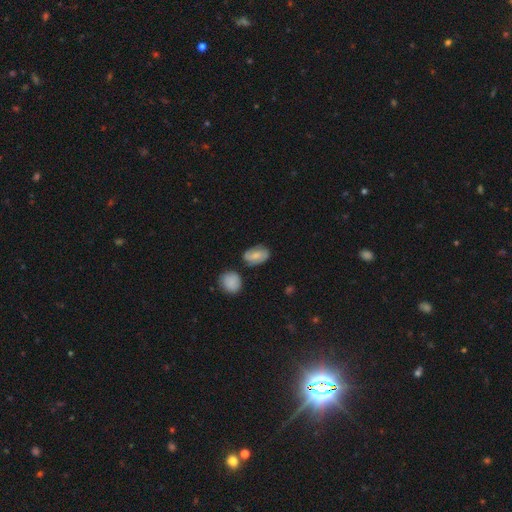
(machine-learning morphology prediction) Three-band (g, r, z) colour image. It shows a smooth galaxy with no disk features (59%) that is in between round and cigar-shaped (86%). Merging: none (68%).